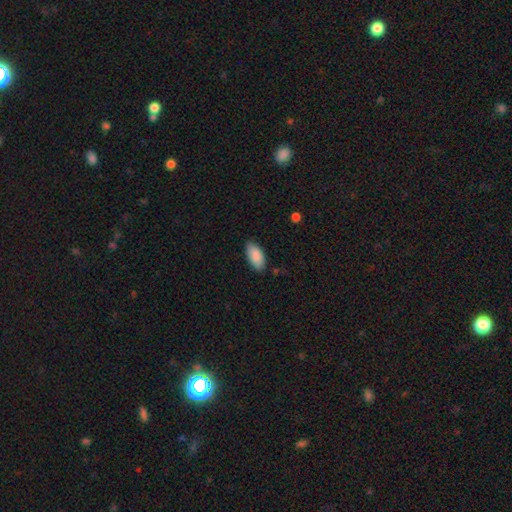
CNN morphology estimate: The model was most divided on "merging": none: 80%, minor disturbance: 16%, major disturbance: 3%, merger: 1%. More confident: how rounded — in between (93%); smooth or featured — smooth (89%).